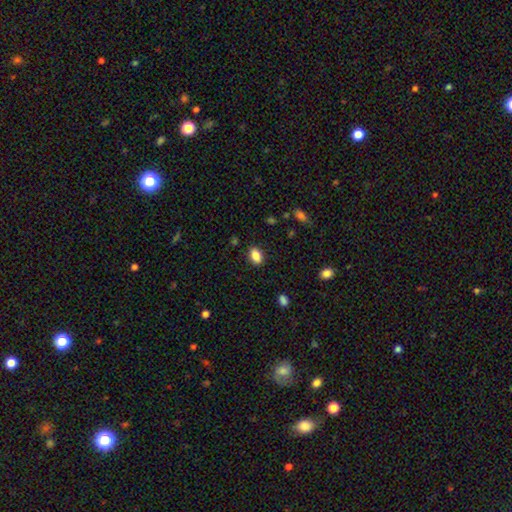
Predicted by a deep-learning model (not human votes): Overall: smooth (87%). How rounded: in between (86%). Merging: none (86%).